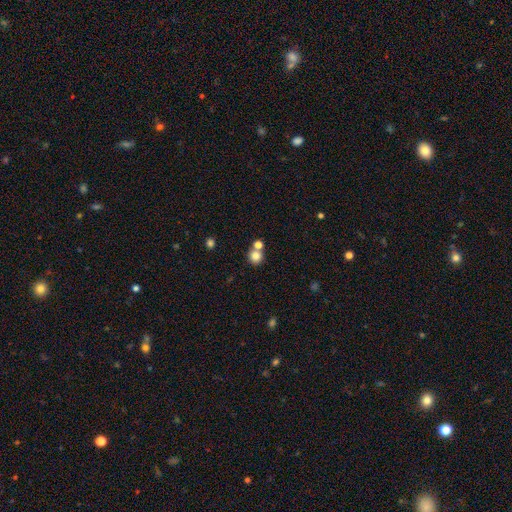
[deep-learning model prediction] Morphology: type=smooth (81%); roundness=round (87%); merging=none (57%).